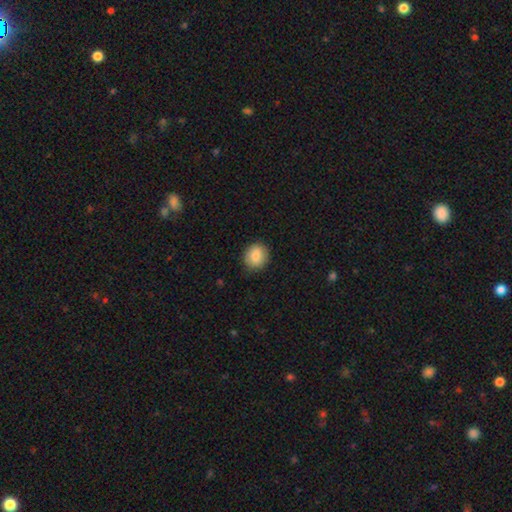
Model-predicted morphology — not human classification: Smooth or featured?
  - smooth: 84% *
  - featured or disk: 8%
  - star or artifact: 7%
How rounded?
  - round: 75% *
  - in between: 24%
  - cigar-shaped: 1%
Merging?
  - none: 86% *
  - minor disturbance: 10%
  - major disturbance: 2%
  - merger: 1%